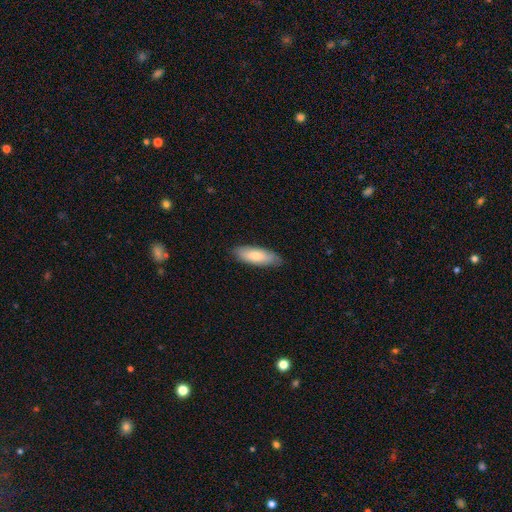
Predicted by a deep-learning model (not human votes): The model was most divided on "how rounded": in between: 66%, cigar-shaped: 32%, round: 2%. More confident: merging — none (83%); smooth or featured — smooth (75%).